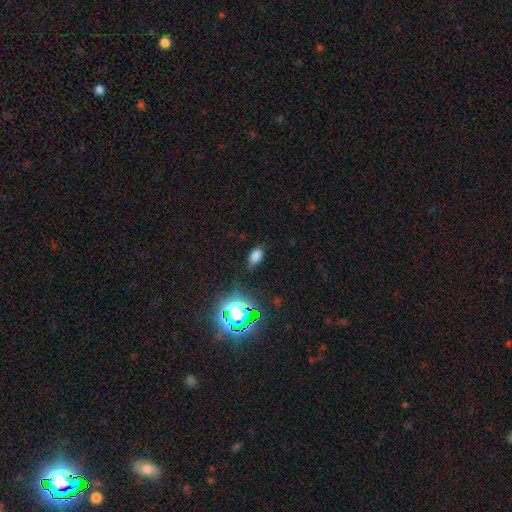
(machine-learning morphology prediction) A smooth galaxy with no disk features (71%) that is in between round and cigar-shaped (88%). Merging: none (72%).